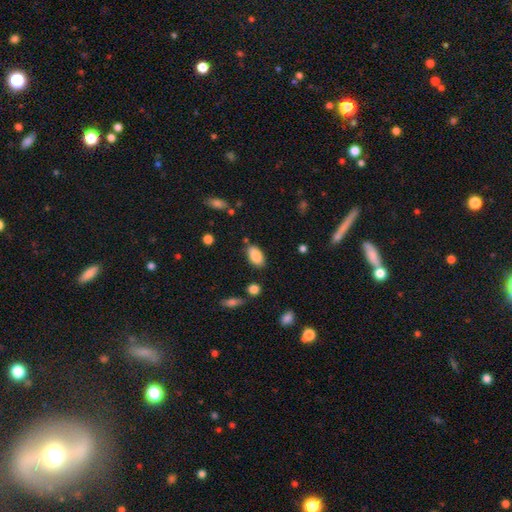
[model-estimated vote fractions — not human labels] Smooth or featured? Predicted: smooth (p=0.85). How rounded? Predicted: in between (p=0.94). Merging? Predicted: none (p=0.80).